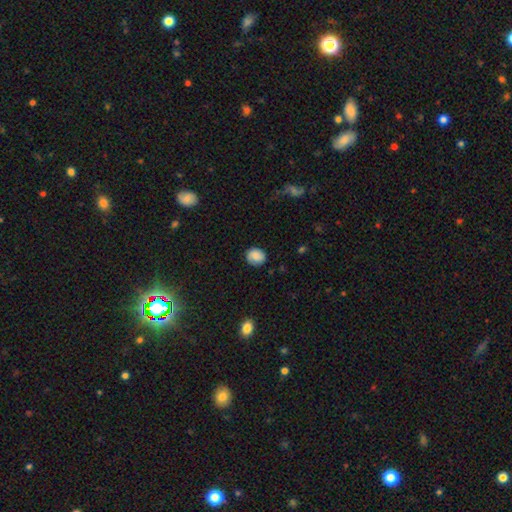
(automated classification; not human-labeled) A smooth galaxy with no disk features (81%) that is round (76%). Merging: none (80%).